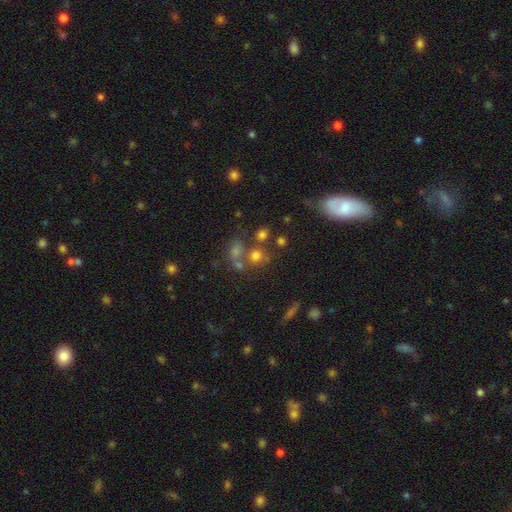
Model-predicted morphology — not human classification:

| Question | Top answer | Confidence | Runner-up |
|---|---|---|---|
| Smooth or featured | smooth | 67% | star or artifact (21%) |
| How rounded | round | 80% | in between (18%) |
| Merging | none | 58% | merger (27%) |